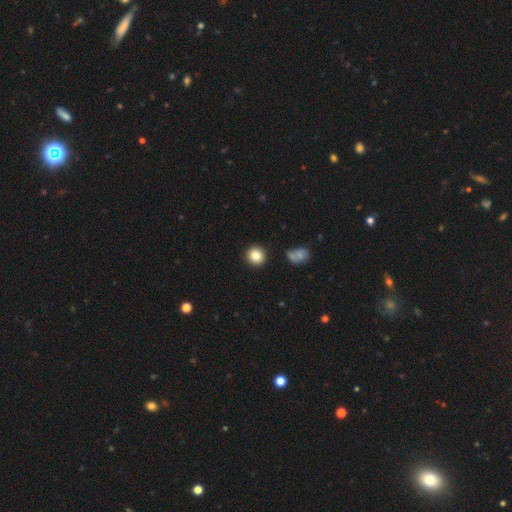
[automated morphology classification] Overall: smooth (83%). How rounded: round (92%). Merging: none (90%).